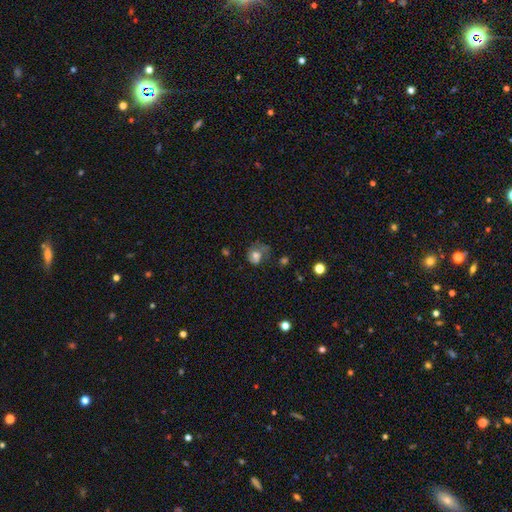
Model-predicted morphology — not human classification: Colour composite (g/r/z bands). It shows a smooth galaxy with no disk features (60%) that is round (59%). Merging: none (34%).